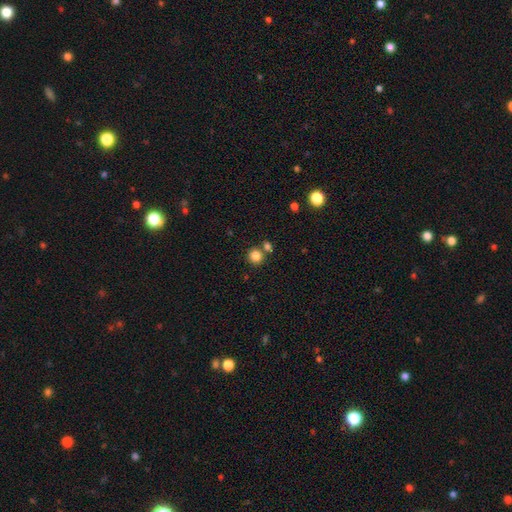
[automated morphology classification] Smooth or featured? Predicted: smooth (p=0.84). How rounded? Predicted: round (p=0.90). Merging? Predicted: none (p=0.69).